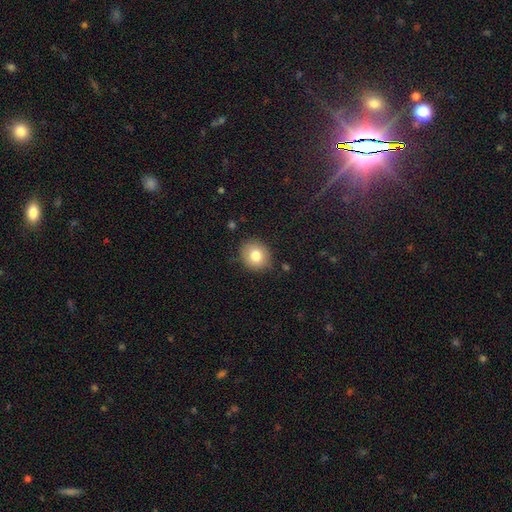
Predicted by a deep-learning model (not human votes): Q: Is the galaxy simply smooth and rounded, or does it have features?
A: smooth — 79%.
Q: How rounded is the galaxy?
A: round — 73%.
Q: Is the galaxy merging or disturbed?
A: none — 84%.